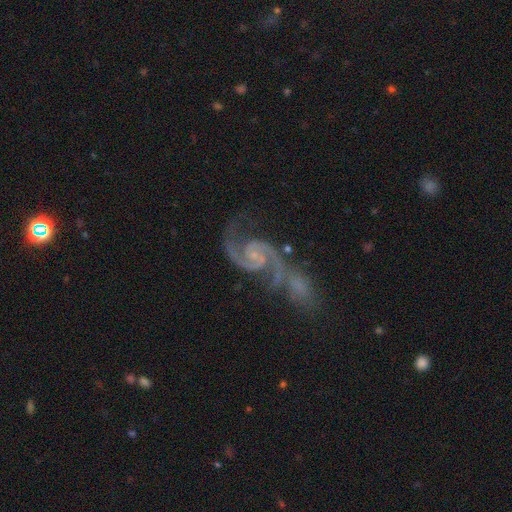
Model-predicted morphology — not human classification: Smooth or featured? Predicted: featured or disk (p=0.93). Edge-on disk? Predicted: no (p=0.98). Bar? Predicted: no (p=0.57). Spiral arms? Predicted: yes (p=0.98). Spiral winding? Predicted: medium (p=0.61). Spiral arm count? Predicted: 2 (p=0.93). Bulge size? Predicted: small (p=0.73). Merging? Predicted: merger (p=0.40).